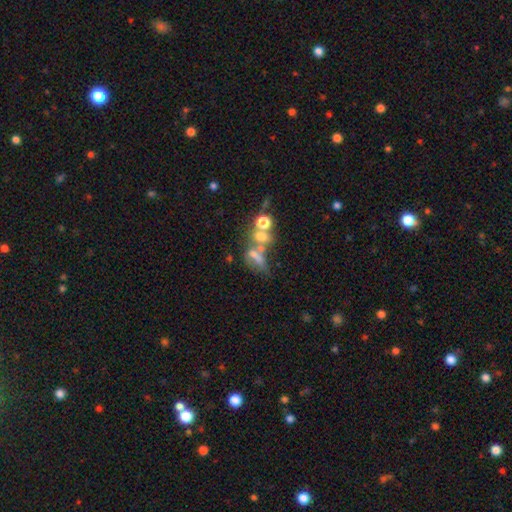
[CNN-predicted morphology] A smooth galaxy with no disk features (50%).

Vote fractions:
- Smooth or featured? smooth: 50% / featured or disk: 29% / star or artifact: 21%
- Merging? merger: 48% / none: 24% / major disturbance: 18% / minor disturbance: 11%